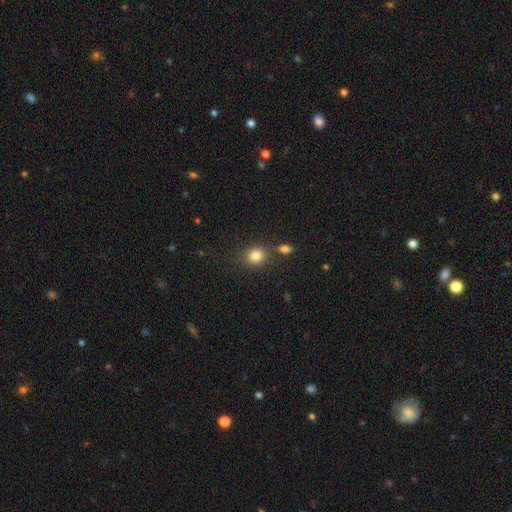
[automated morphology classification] Q: Smooth or featured?
A: smooth (82%); runner-up: star or artifact (11%)
Q: How rounded?
A: round (70%); runner-up: in between (29%)
Q: Merging?
A: none (73%); runner-up: merger (12%)